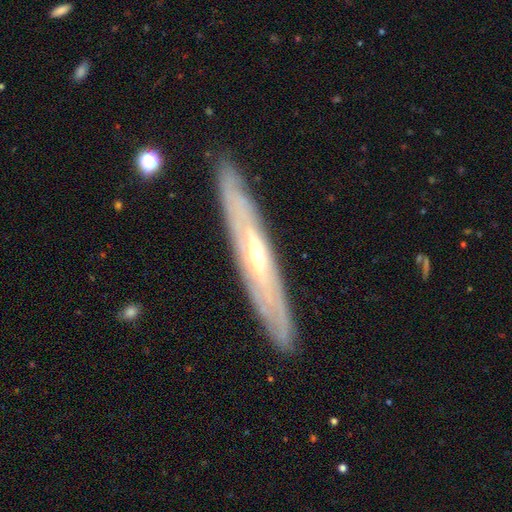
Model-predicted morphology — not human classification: smooth_or_featured: featured or disk (p=0.77) [alt: smooth p=0.16]
disk_edge_on: yes (p=0.68) [alt: no p=0.32]
edge_on_bulge: rounded (p=0.65) [alt: none p=0.32]
merging: none (p=0.88) [alt: minor disturbance p=0.09]